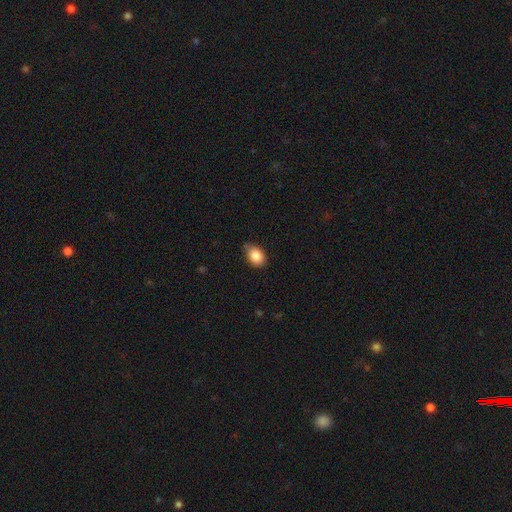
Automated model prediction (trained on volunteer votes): Q: Smooth or featured?
A: smooth (86%); runner-up: star or artifact (8%)
Q: How rounded?
A: in between (75%); runner-up: round (24%)
Q: Merging?
A: none (72%); runner-up: minor disturbance (23%)